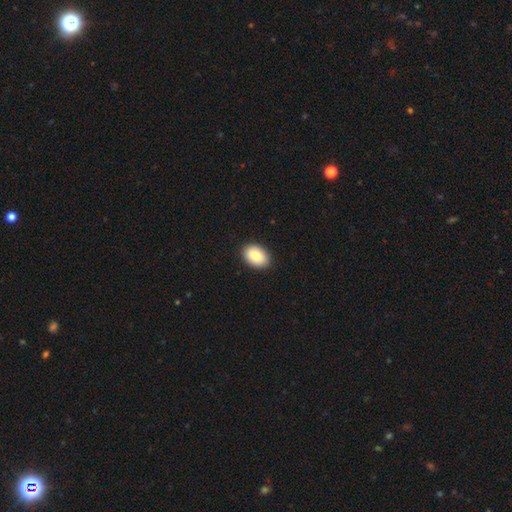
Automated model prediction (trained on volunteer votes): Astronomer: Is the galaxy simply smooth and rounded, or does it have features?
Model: smooth — 85%.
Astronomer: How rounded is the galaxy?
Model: in between — 82%.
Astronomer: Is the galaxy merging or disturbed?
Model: none — 90%.